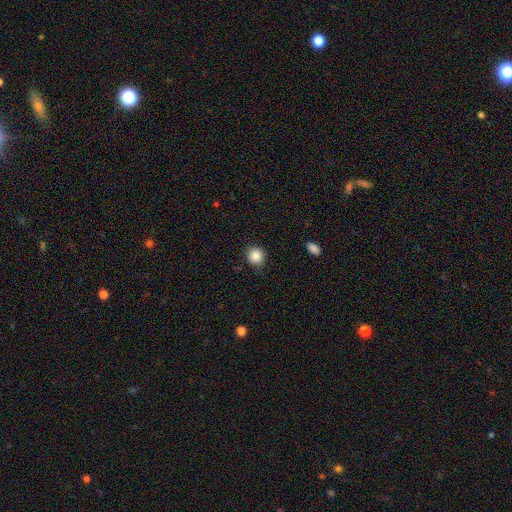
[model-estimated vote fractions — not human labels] Smooth or featured? smooth (86%)
How rounded? round (88%)
Merging? none (85%)